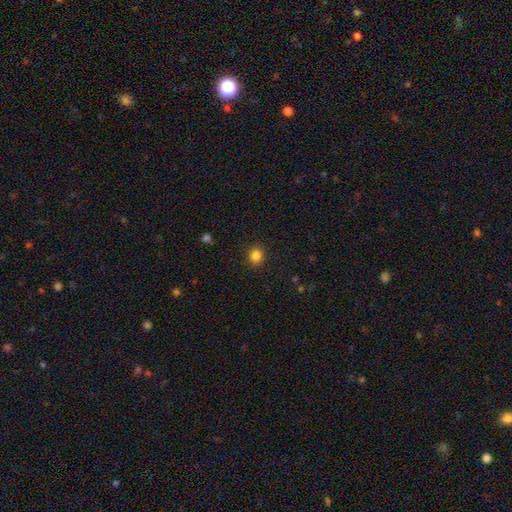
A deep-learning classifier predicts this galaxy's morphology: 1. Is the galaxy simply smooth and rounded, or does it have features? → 84% smooth, 12% star or artifact, 4% featured or disk.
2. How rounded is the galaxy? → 76% round, 23% in between, 1% cigar-shaped.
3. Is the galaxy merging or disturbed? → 90% none, 6% minor disturbance, 2% major disturbance, 1% merger.